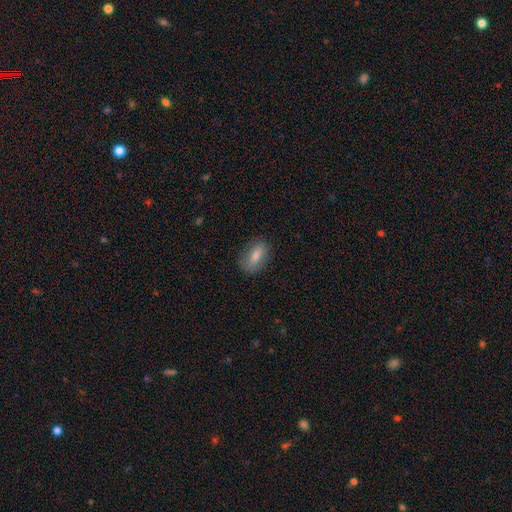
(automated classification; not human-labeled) Smooth or featured?
  - smooth: 77% *
  - featured or disk: 16%
  - star or artifact: 7%
How rounded?
  - in between: 85% *
  - round: 8%
  - cigar-shaped: 7%
Merging?
  - none: 79% *
  - minor disturbance: 15%
  - major disturbance: 4%
  - merger: 1%